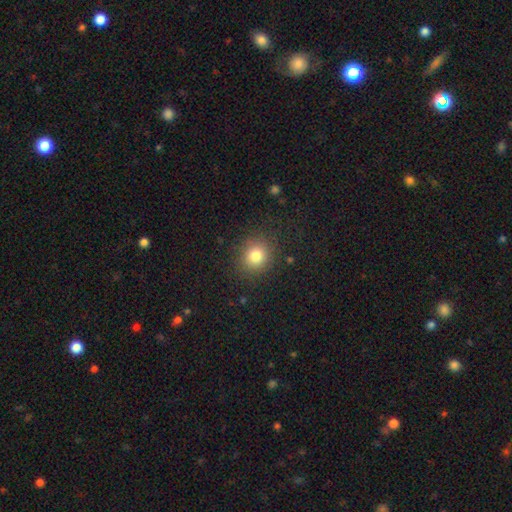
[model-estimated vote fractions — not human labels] Smooth or featured: smooth — 81% (star or artifact — 12%)
How rounded: round — 83% (in between — 16%)
Merging: none — 87% (minor disturbance — 8%)